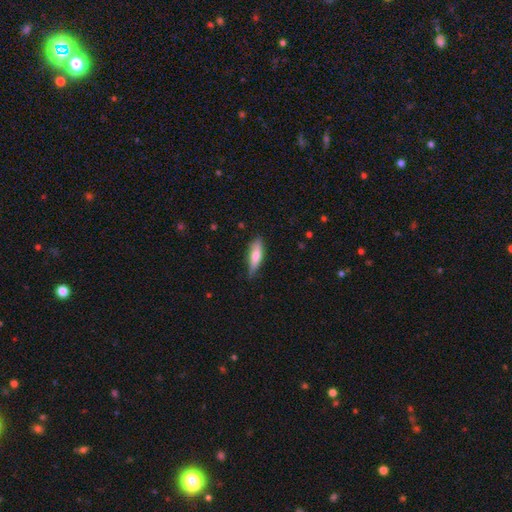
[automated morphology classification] smooth 72%, featured or disk 22%, star or artifact 6%. Down the decision tree: how rounded — cigar-shaped (56%); merging — none (66%).